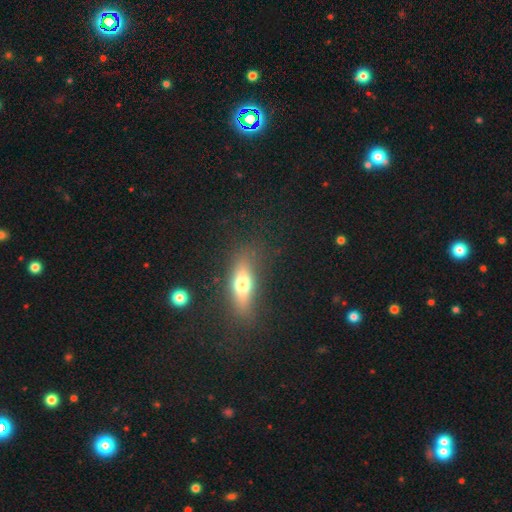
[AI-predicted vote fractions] Smooth or featured? Predicted: smooth (p=0.51). How rounded? Predicted: in between (p=0.52). Merging? Predicted: none (p=0.80).